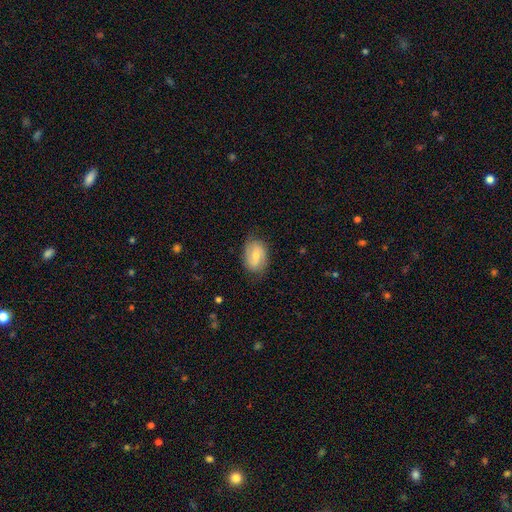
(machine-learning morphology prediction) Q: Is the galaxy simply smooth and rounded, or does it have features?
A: featured or disk — 48%.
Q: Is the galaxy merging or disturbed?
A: none — 74%.